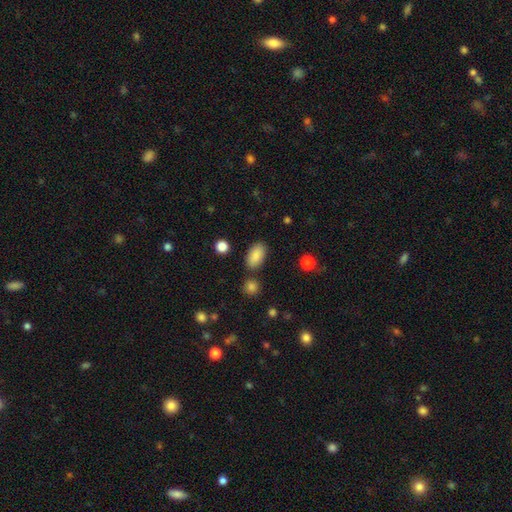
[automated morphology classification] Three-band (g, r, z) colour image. It shows a smooth galaxy with no disk features (88%) that is in between round and cigar-shaped (93%). Merging: none (82%).